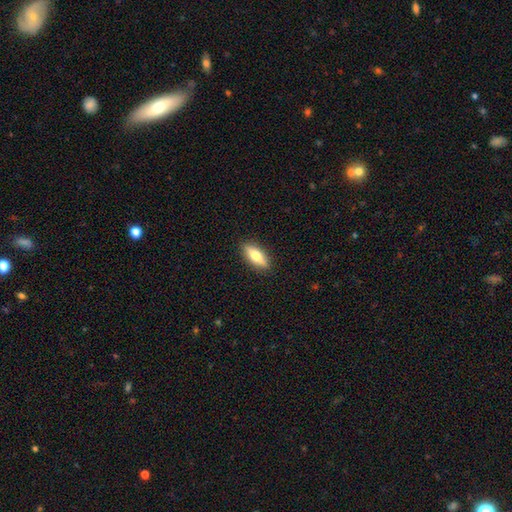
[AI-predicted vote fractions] smooth 56%, featured or disk 37%, star or artifact 7%. Down the decision tree: how rounded — in between (55%); merging — none (89%).